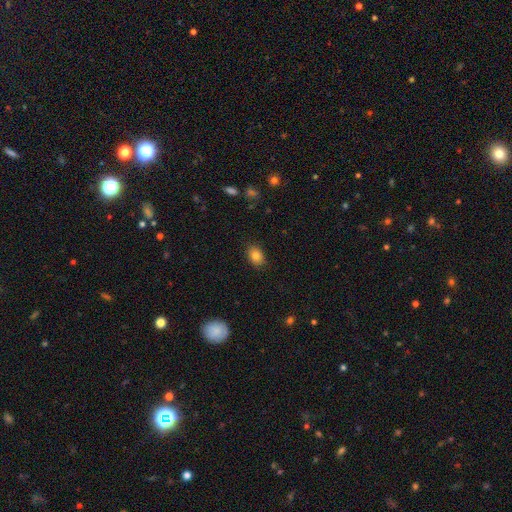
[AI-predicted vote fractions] Overall: smooth (83%). How rounded: in between (75%). Merging: none (87%).